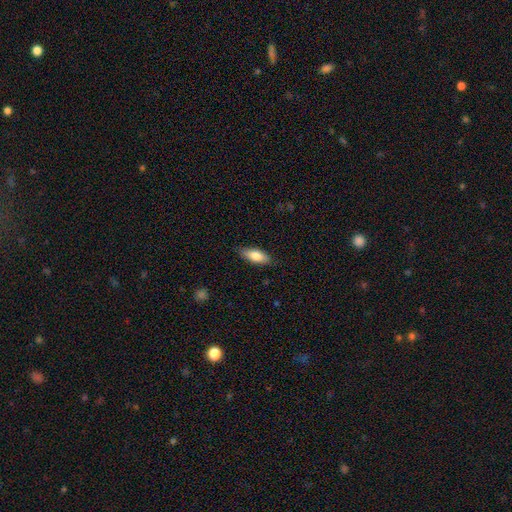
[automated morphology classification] Q: Smooth or featured?
A: smooth (78%); runner-up: featured or disk (16%)
Q: How rounded?
A: in between (74%); runner-up: cigar-shaped (24%)
Q: Merging?
A: none (83%); runner-up: minor disturbance (13%)